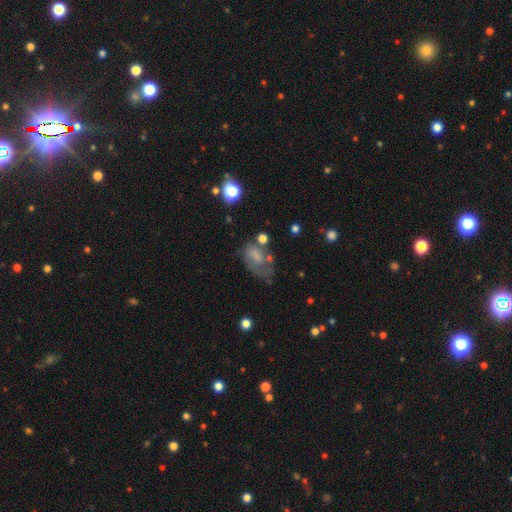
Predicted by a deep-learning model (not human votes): A smooth galaxy with no disk features (47%).

Vote fractions:
- Smooth or featured? smooth: 47% / featured or disk: 42% / star or artifact: 12%
- Merging? none: 34% / major disturbance: 31% / minor disturbance: 27% / merger: 8%